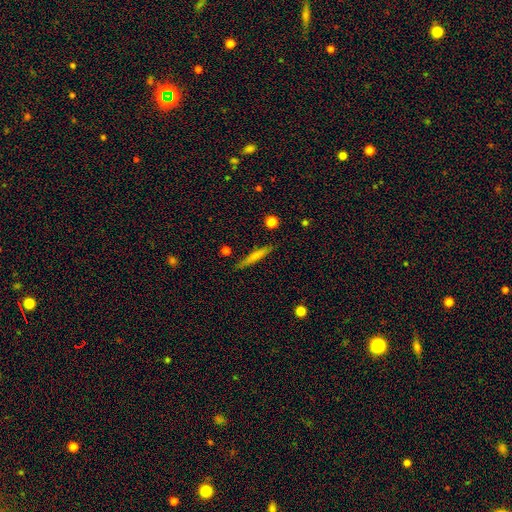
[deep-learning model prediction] A smooth galaxy with no disk features (66%) that is cigar-shaped (93%).

Vote fractions:
- Smooth or featured? smooth: 66% / featured or disk: 28% / star or artifact: 6%
- How rounded? cigar-shaped: 93% / in between: 5% / round: 2%
- Merging? none: 85% / minor disturbance: 10% / major disturbance: 2% / merger: 2%